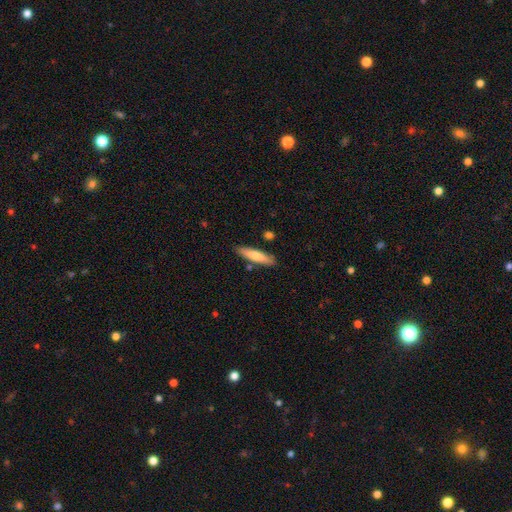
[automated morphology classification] Smooth or featured? smooth (73%)
How rounded? cigar-shaped (78%)
Merging? none (84%)